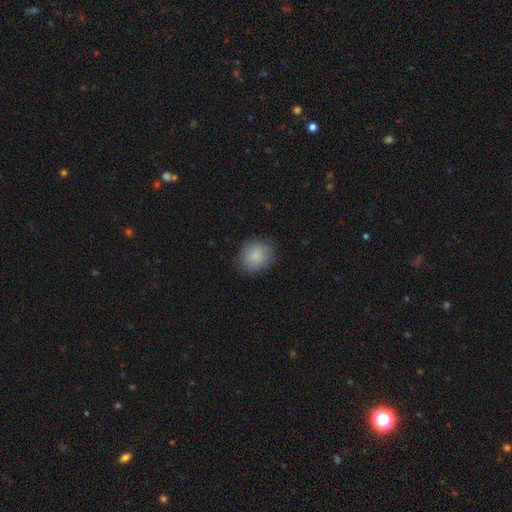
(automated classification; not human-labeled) Smooth or featured? Predicted: smooth (p=0.86). How rounded? Predicted: round (p=0.68). Merging? Predicted: none (p=0.81).